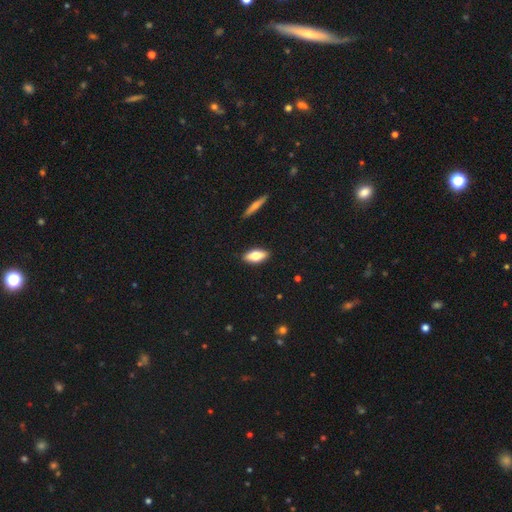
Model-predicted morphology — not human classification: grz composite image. It shows a smooth galaxy with no disk features (70%) that is in between round and cigar-shaped (76%). Merging: none (89%).